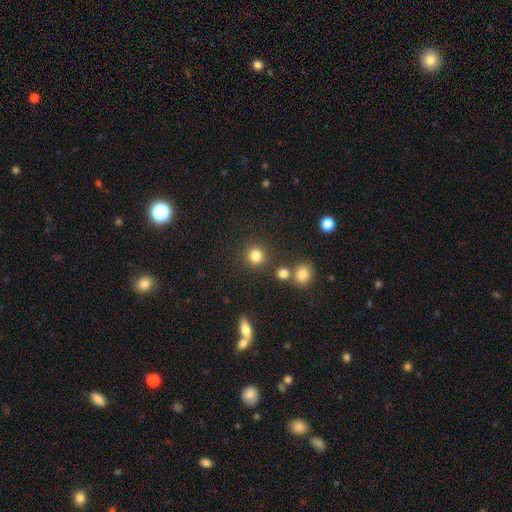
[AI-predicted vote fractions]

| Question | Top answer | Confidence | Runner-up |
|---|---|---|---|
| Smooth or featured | smooth | 82% | star or artifact (13%) |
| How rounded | round | 92% | in between (7%) |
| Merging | none | 85% | minor disturbance (6%) |